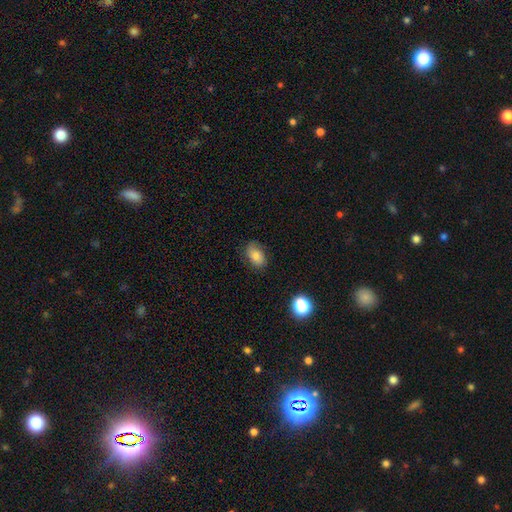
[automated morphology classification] smooth_or_featured: smooth (p=0.75) [alt: featured or disk p=0.15]
how_rounded: in between (p=0.87) [alt: round p=0.11]
merging: none (p=0.76) [alt: minor disturbance p=0.18]